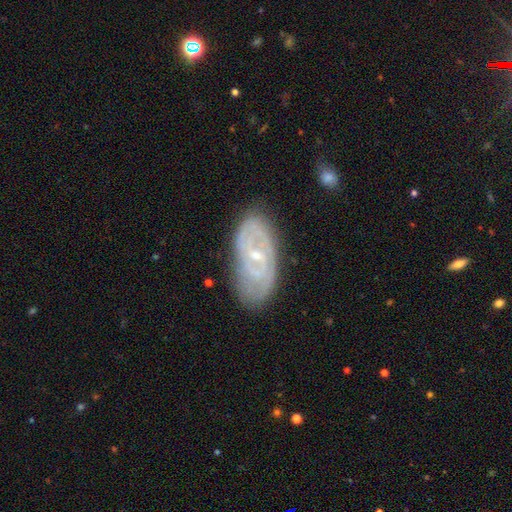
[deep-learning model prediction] Q: Smooth or featured?
A: featured or disk (76%); runner-up: smooth (17%)
Q: Edge-on disk?
A: no (92%); runner-up: yes (8%)
Q: Bar?
A: weak (45%); runner-up: no (35%)
Q: Spiral arms?
A: yes (77%); runner-up: no (23%)
Q: Spiral winding?
A: tight (58%); runner-up: medium (31%)
Q: Spiral arm count?
A: 2 (41%); tied with: can't tell (41%)
Q: Bulge size?
A: small (71%); runner-up: moderate (25%)
Q: Merging?
A: none (78%); runner-up: minor disturbance (16%)